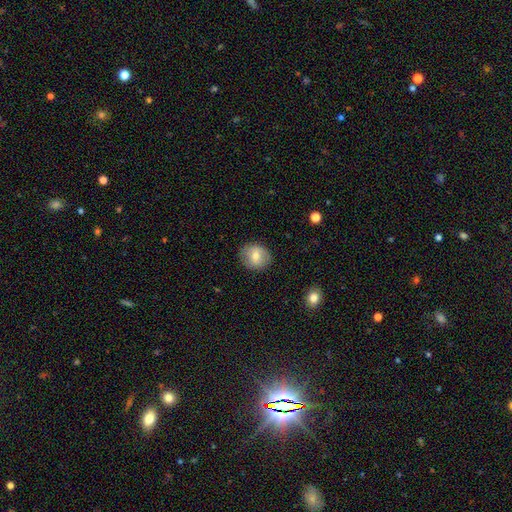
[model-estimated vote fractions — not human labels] smooth-or-featured: smooth: 68% | featured or disk: 23% | star or artifact: 9%
  how-rounded: round: 67% | in between: 32% | cigar-shaped: 1%
  merging: none: 85% | minor disturbance: 11% | major disturbance: 3% | merger: 1%